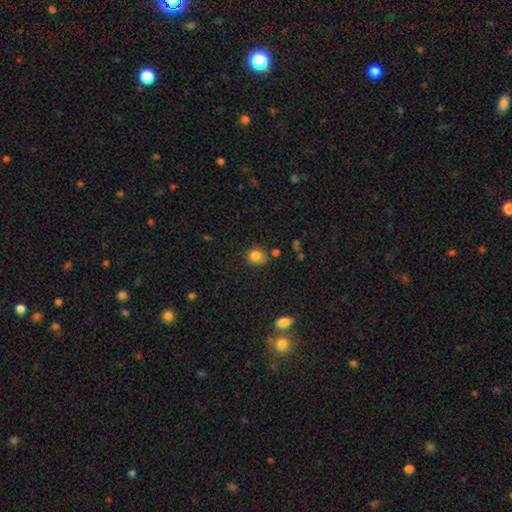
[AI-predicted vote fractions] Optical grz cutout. It shows a smooth galaxy with no disk features (82%) that is round (71%). Merging: none (65%).